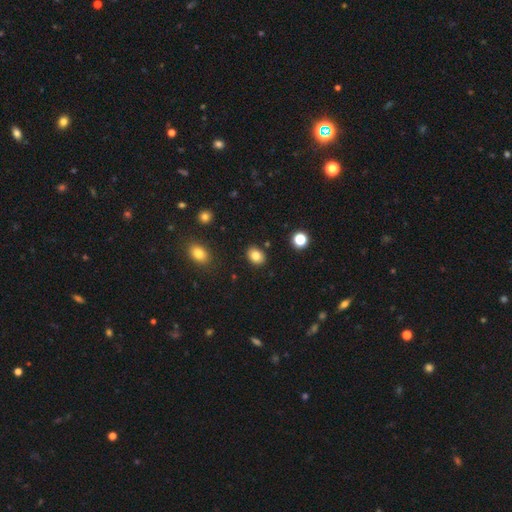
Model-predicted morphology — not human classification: smooth-or-featured: smooth: 82% | star or artifact: 10% | featured or disk: 8%
  how-rounded: in between: 63% | round: 36% | cigar-shaped: 1%
  merging: none: 86% | minor disturbance: 9% | merger: 2% | major disturbance: 2%